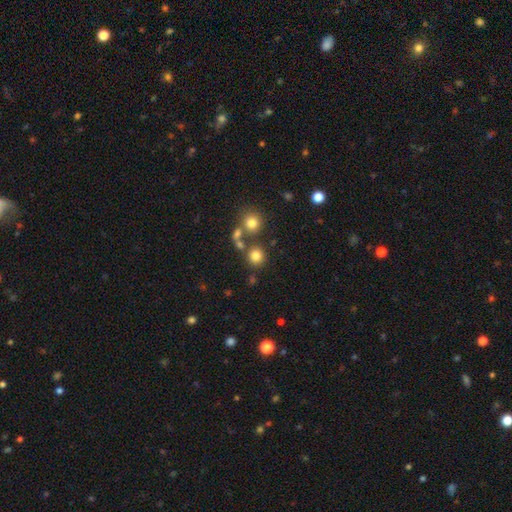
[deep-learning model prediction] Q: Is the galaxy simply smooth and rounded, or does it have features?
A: smooth — 79%.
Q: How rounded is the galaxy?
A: round — 90%.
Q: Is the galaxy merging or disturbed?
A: none — 74%.